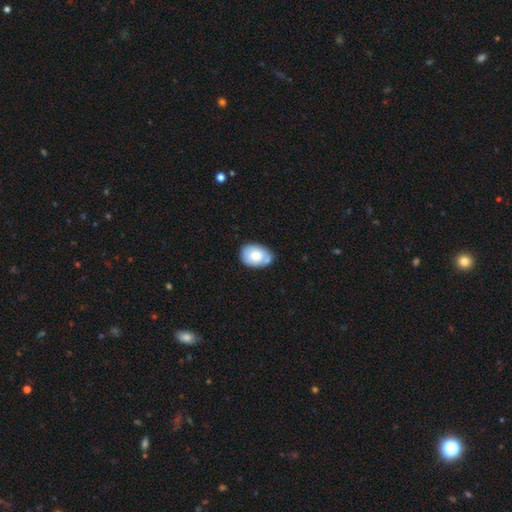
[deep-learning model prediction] A smooth galaxy with no disk features (73%) that is in between round and cigar-shaped (79%). Merging: none (66%).